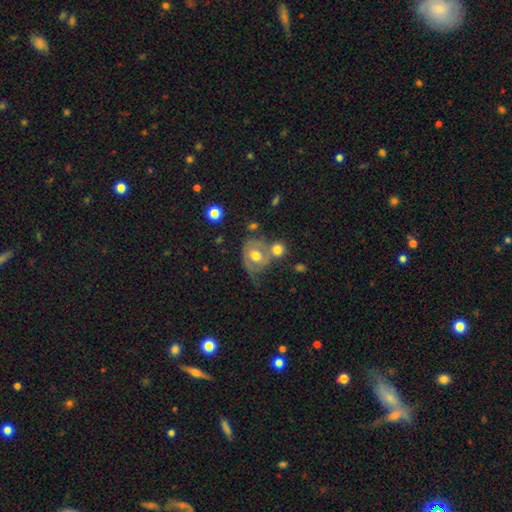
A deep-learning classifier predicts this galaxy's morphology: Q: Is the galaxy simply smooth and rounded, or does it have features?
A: smooth — 49%.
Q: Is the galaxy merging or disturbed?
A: merger — 34%.